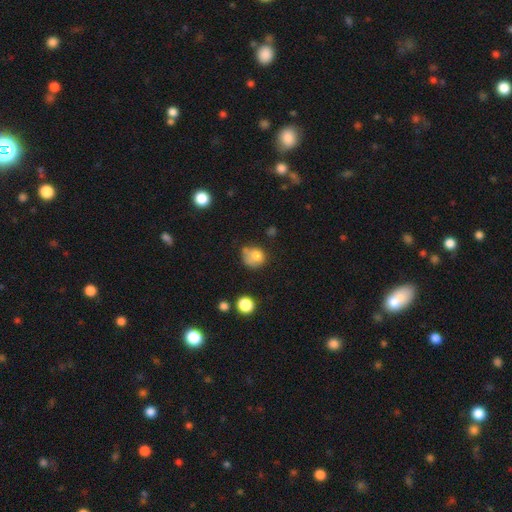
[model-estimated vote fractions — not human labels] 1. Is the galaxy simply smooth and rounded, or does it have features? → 76% smooth, 13% featured or disk, 11% star or artifact.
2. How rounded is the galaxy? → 73% round, 26% in between, 1% cigar-shaped.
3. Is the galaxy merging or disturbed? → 40% none, 28% minor disturbance, 17% major disturbance, 15% merger.